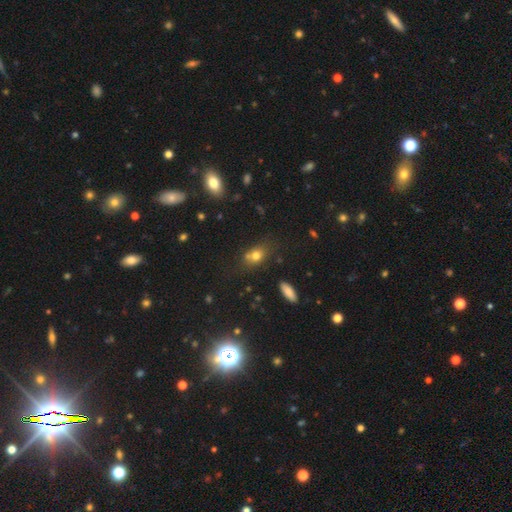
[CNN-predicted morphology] smooth_or_featured: smooth (p=0.73) [alt: star or artifact p=0.14]
how_rounded: in between (p=0.61) [alt: round p=0.35]
merging: none (p=0.56) [alt: minor disturbance p=0.18]